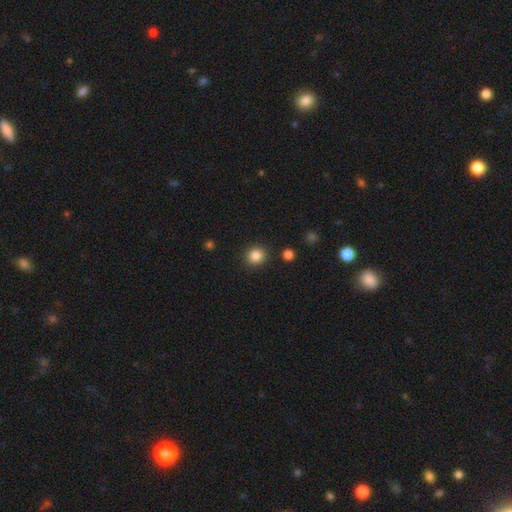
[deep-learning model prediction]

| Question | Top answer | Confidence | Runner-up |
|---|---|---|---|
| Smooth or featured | smooth | 85% | star or artifact (11%) |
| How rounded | round | 86% | in between (13%) |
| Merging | none | 90% | minor disturbance (6%) |